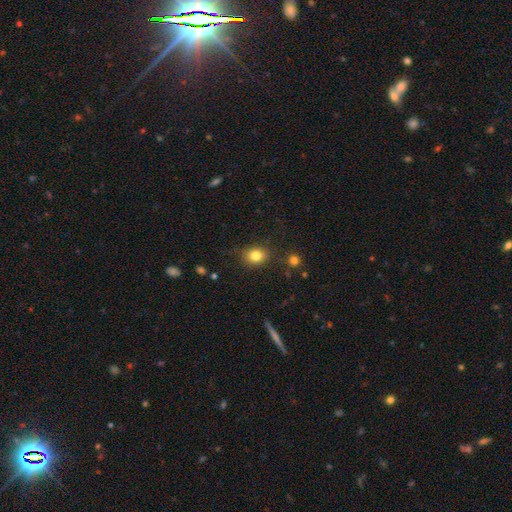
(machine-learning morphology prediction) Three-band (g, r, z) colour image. It shows a smooth galaxy with no disk features (81%) that is round (59%). Merging: none (85%).